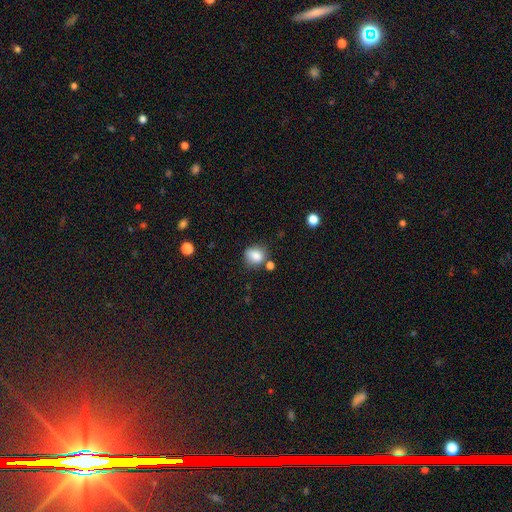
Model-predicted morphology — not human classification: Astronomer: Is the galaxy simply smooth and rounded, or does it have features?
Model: smooth — 83%.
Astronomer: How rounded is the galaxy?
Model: round — 65%.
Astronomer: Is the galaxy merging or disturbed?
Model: none — 64%.